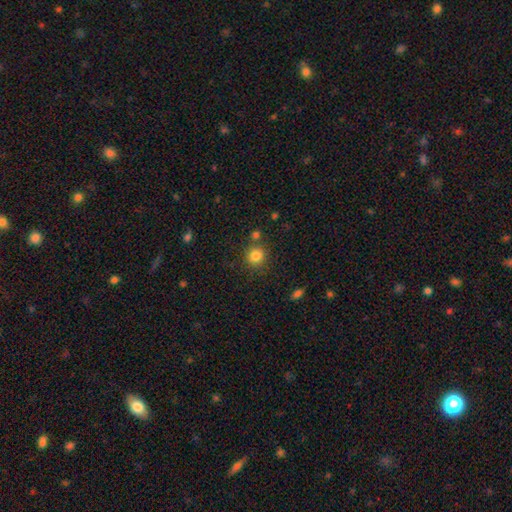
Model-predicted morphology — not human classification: type=smooth (83%); roundness=round (90%); merging=none (80%).